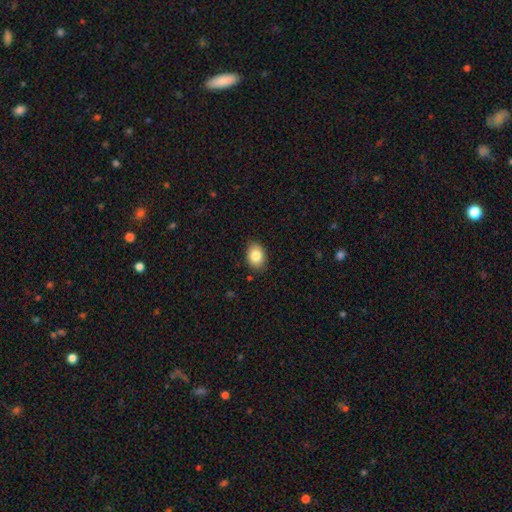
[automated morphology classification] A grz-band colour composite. It shows a smooth galaxy with no disk features (83%) that is in between round and cigar-shaped (75%). Merging: none (88%).